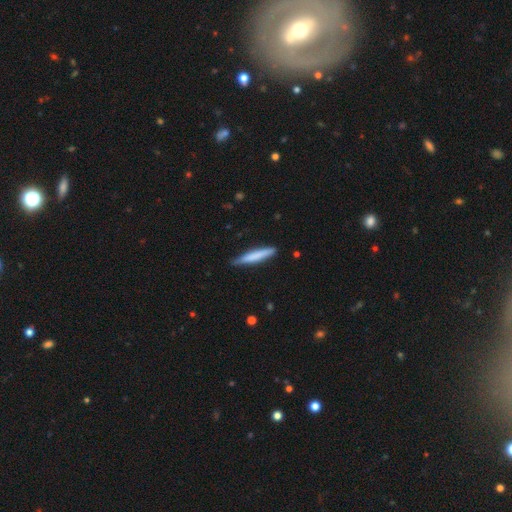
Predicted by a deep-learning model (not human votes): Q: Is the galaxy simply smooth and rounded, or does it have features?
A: smooth — 71%.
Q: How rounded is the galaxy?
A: cigar-shaped — 93%.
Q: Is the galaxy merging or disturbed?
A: none — 84%.